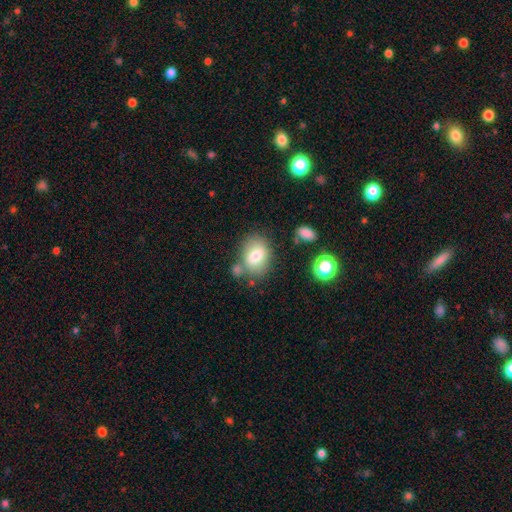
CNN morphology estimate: Smooth or featured? smooth (71%)
How rounded? in between (68%)
Merging? none (63%)